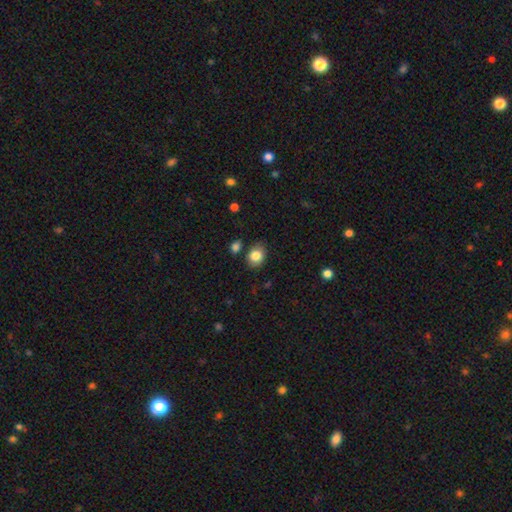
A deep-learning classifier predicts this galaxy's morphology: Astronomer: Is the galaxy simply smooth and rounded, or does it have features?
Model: smooth — 84%.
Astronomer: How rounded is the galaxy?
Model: in between — 51% (runner-up: round, 48%).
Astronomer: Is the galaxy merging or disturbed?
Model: none — 77%.